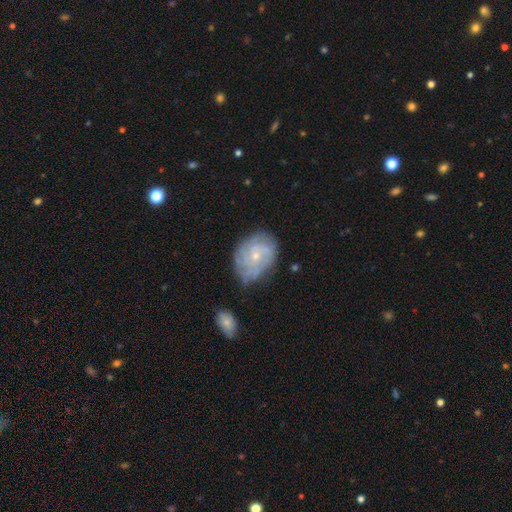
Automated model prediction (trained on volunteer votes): Q: Smooth or featured?
A: featured or disk (70%); runner-up: smooth (22%)
Q: Edge-on disk?
A: no (97%); runner-up: yes (3%)
Q: Bar?
A: no (78%); runner-up: weak (19%)
Q: Spiral arms?
A: yes (88%); runner-up: no (12%)
Q: Spiral winding?
A: tight (63%); runner-up: medium (28%)
Q: Spiral arm count?
A: can't tell (44%); runner-up: 4 (18%)
Q: Bulge size?
A: small (74%); runner-up: moderate (22%)
Q: Merging?
A: none (65%); runner-up: minor disturbance (23%)